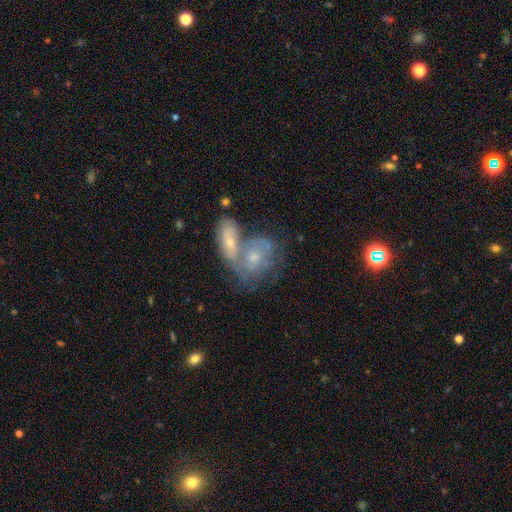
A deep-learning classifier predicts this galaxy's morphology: This is possibly a featured or disk galaxy (56%). It is clearly not viewed edge-on (94%). Bar: clearly no (81%). Spiral arm pattern: possibly yes (53%). Central bulge: possibly small (58%). Merging: likely merger (65%).